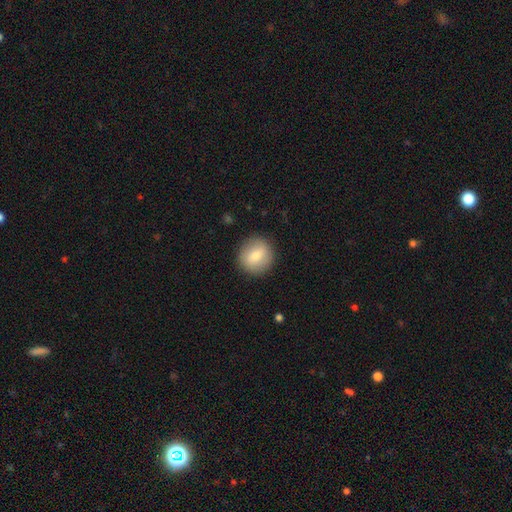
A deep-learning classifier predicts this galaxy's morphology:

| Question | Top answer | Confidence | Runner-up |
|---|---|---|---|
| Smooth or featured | smooth | 74% | featured or disk (18%) |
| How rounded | round | 90% | in between (9%) |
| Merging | none | 89% | minor disturbance (7%) |